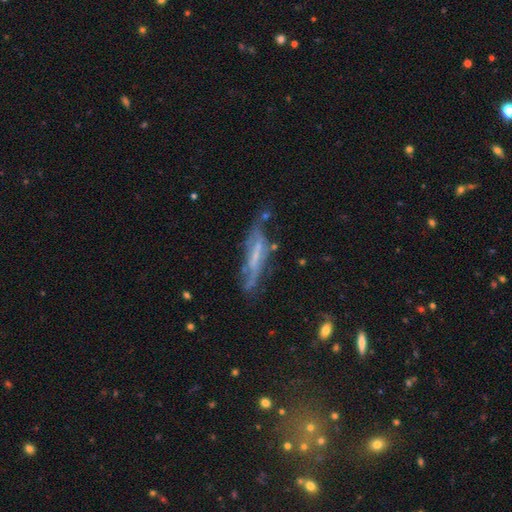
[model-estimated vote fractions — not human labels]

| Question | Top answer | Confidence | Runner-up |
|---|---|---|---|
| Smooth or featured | featured or disk | 66% | smooth (24%) |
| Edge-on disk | yes | 52% | no (48%) |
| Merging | none | 52% | minor disturbance (26%) |